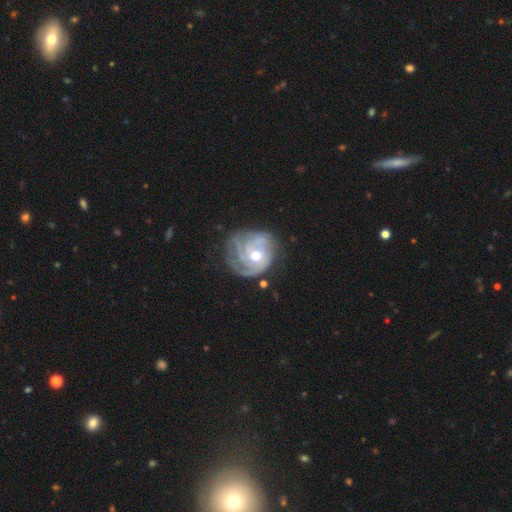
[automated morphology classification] A featured or disk galaxy (83%) with no bar (76%), 3 (31%) tight (63%) spiral arms (92%) and a moderate central bulge (69%). Merging: none (60%).